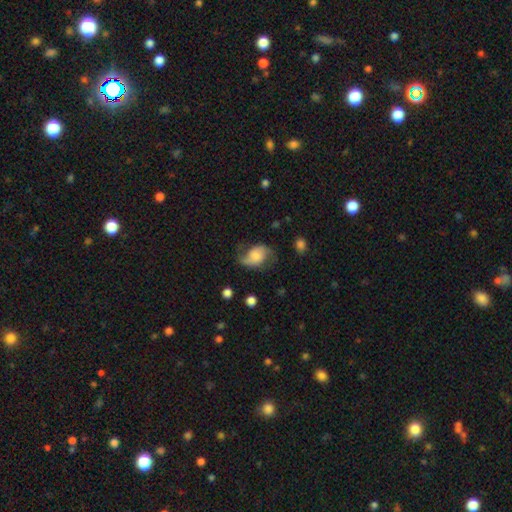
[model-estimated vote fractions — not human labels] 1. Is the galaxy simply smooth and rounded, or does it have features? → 57% featured or disk, 34% smooth, 8% star or artifact.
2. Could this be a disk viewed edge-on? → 97% no, 3% yes.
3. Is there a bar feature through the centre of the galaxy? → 65% no, 28% weak, 7% strong.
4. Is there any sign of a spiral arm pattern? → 90% yes, 10% no.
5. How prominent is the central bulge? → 32% small, 27% moderate, 19% none, 16% large, 6% dominant.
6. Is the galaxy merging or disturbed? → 58% none, 25% minor disturbance, 15% major disturbance, 2% merger.